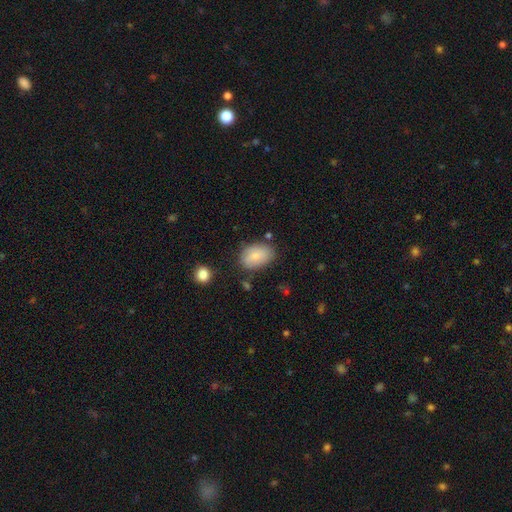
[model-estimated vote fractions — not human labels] Smooth or featured: smooth — 81% (featured or disk — 12%)
How rounded: in between — 85% (round — 14%)
Merging: none — 72% (minor disturbance — 19%)